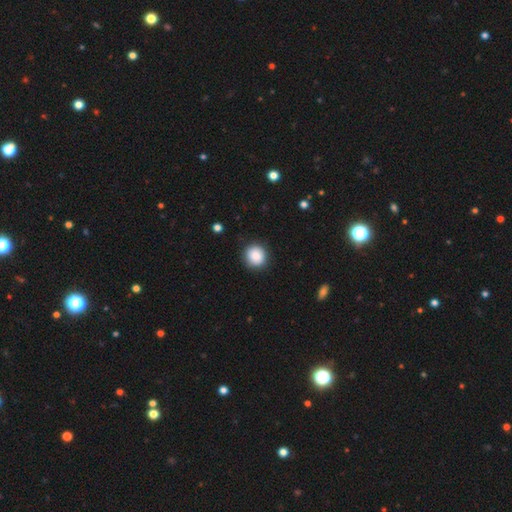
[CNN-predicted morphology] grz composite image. It shows a smooth galaxy with no disk features (88%) that is round (88%). Merging: none (89%).